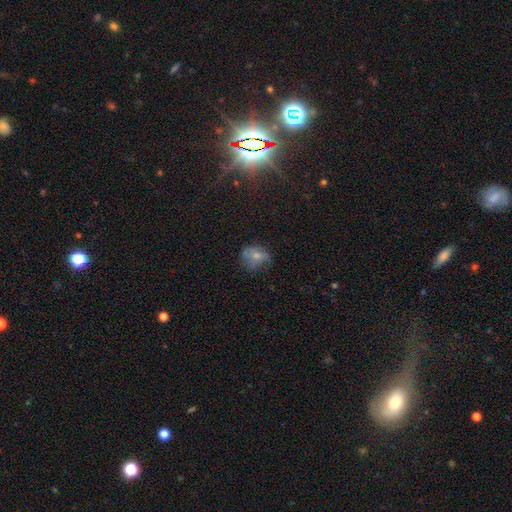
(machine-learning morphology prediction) A smooth galaxy with no disk features (62%) that is round (53%).

Vote fractions:
- Smooth or featured? smooth: 62% / featured or disk: 26% / star or artifact: 12%
- How rounded? round: 53% / in between: 46% / cigar-shaped: 1%
- Merging? none: 52% / minor disturbance: 30% / major disturbance: 16% / merger: 2%